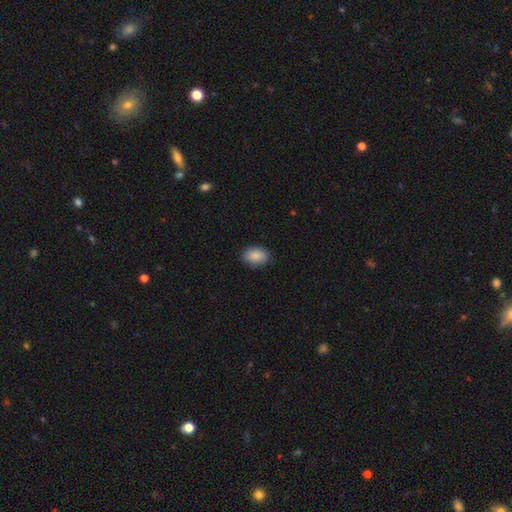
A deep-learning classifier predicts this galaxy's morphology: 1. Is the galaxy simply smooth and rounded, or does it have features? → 89% smooth, 7% star or artifact, 4% featured or disk.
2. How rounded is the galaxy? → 85% in between, 14% round, 1% cigar-shaped.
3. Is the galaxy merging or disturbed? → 84% none, 13% minor disturbance, 3% major disturbance, 1% merger.